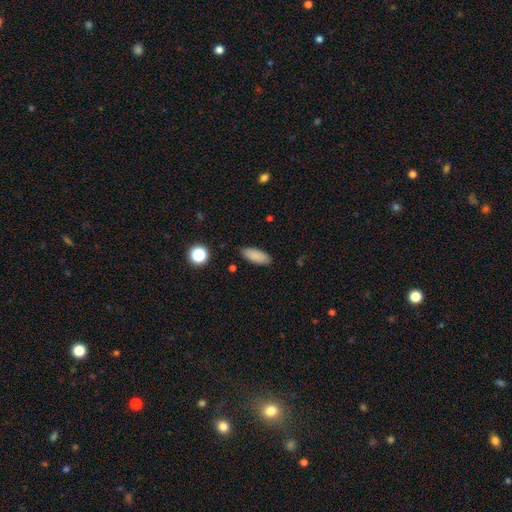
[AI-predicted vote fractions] smooth 87%, star or artifact 8%, featured or disk 5%. Down the decision tree: how rounded — in between (79%); merging — none (86%).